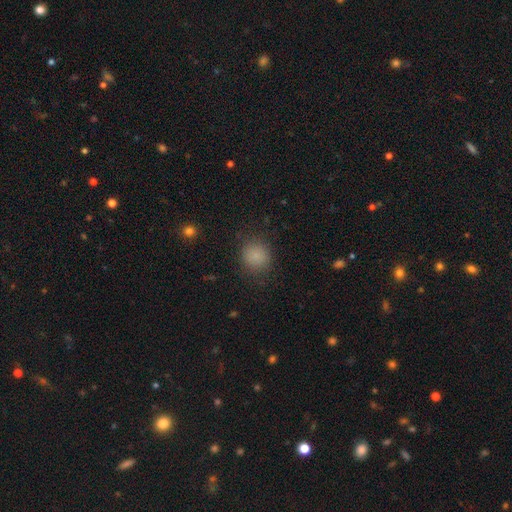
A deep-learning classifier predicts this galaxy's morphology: Smooth or featured? Predicted: smooth (p=0.84). How rounded? Predicted: round (p=0.86). Merging? Predicted: none (p=0.84).